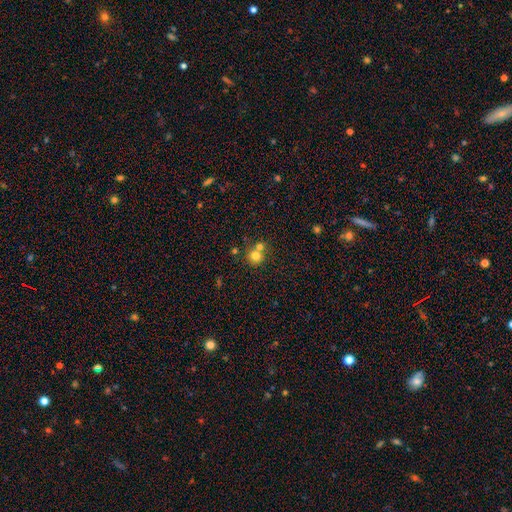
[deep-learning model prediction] Smooth or featured? Predicted: smooth (p=0.76). How rounded? Predicted: round (p=0.90). Merging? Predicted: none (p=0.51).